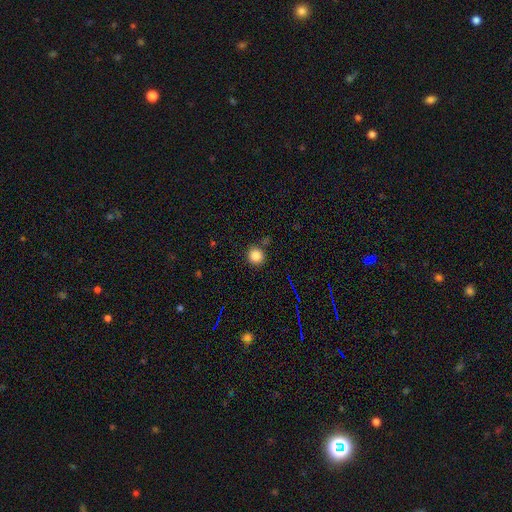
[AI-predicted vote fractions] A smooth galaxy with no disk features (84%) that is round (92%). Merging: none (82%).